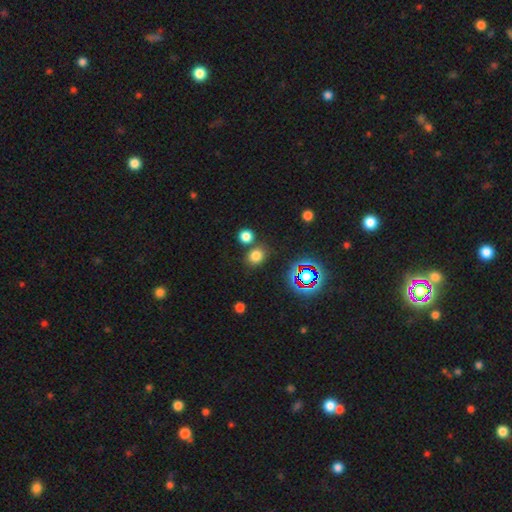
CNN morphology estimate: The model was most divided on "how rounded": round: 69%, in between: 30%, cigar-shaped: 1%. More confident: merging — none (75%); smooth or featured — smooth (73%).